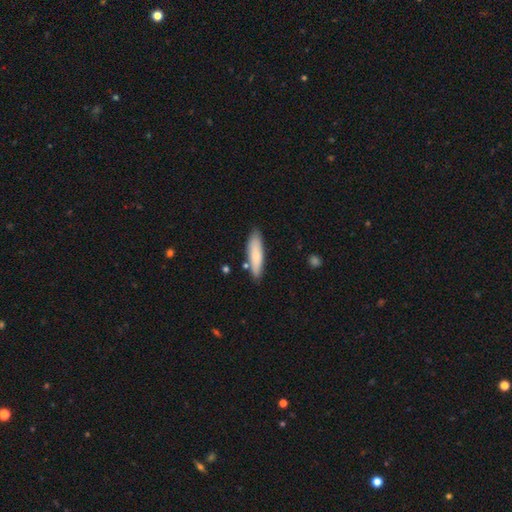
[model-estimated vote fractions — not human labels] smooth_or_featured: smooth (p=0.78) [alt: featured or disk p=0.16]
how_rounded: cigar-shaped (p=0.67) [alt: in between p=0.31]
merging: none (p=0.82) [alt: minor disturbance p=0.12]